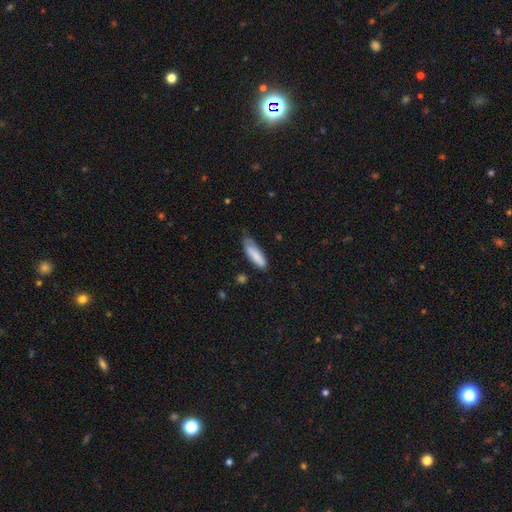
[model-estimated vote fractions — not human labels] Overall: smooth (81%). How rounded: cigar-shaped (50%; in between 48%). Merging: none (54%; minor disturbance 36%).